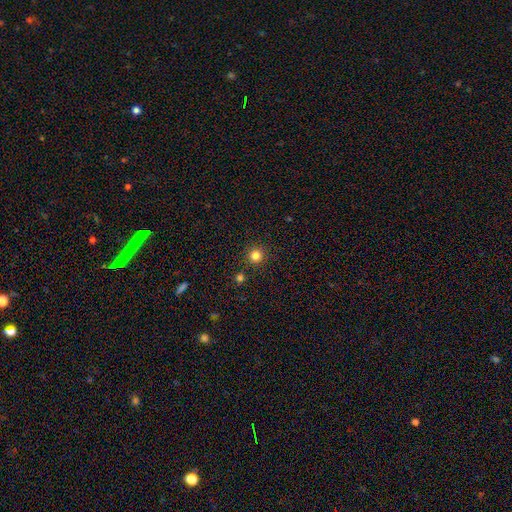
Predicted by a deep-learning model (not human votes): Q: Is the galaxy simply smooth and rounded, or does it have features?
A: smooth — 82%.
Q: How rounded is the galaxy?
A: round — 95%.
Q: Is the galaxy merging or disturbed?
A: none — 89%.